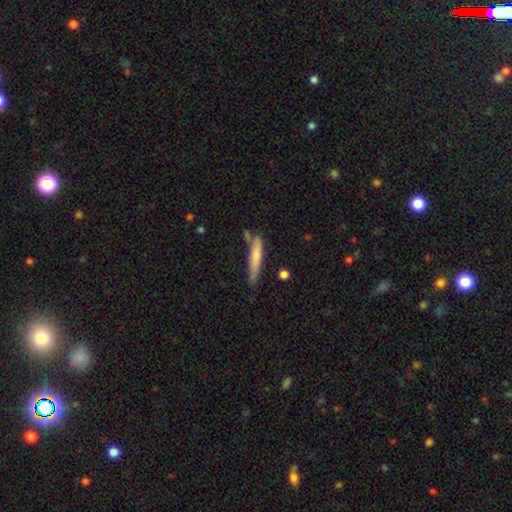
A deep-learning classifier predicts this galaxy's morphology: A smooth galaxy with no disk features (70%) that is cigar-shaped (89%). Merging: none (67%).